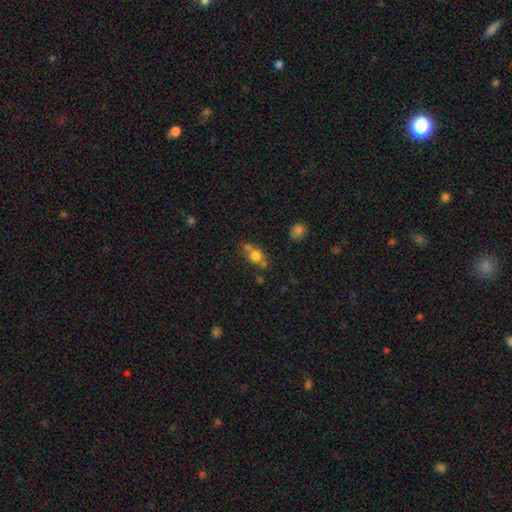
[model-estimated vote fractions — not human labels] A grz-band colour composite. It shows a smooth galaxy with no disk features (73%) that is round (66%). Merging: none (49%).